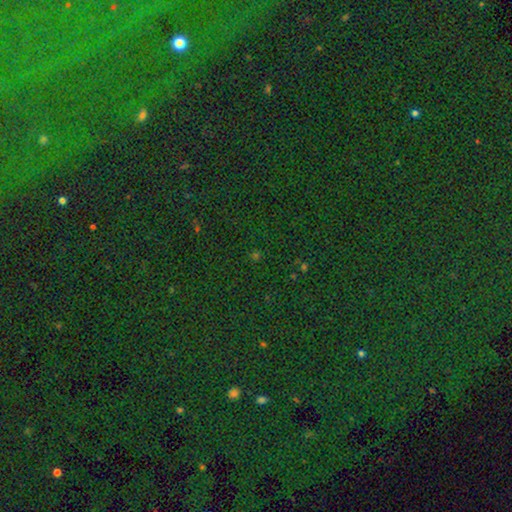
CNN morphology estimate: Smooth or featured? star or artifact (70%)